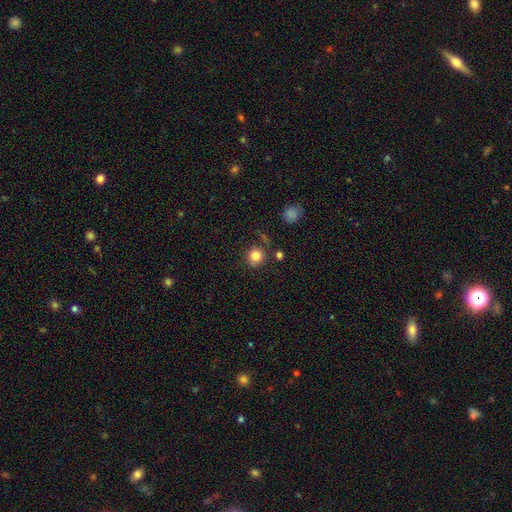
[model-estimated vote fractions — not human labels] A smooth galaxy with no disk features (83%) that is round (92%).

Vote fractions:
- Smooth or featured? smooth: 83% / star or artifact: 11% / featured or disk: 6%
- How rounded? round: 92% / in between: 7% / cigar-shaped: 1%
- Merging? none: 80% / minor disturbance: 11% / merger: 5% / major disturbance: 4%